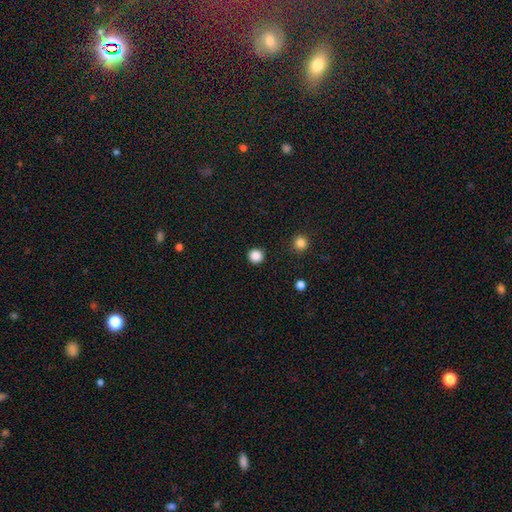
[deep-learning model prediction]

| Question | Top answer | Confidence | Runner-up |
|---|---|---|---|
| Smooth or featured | smooth | 86% | star or artifact (12%) |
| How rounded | round | 95% | in between (4%) |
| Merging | none | 92% | minor disturbance (5%) |